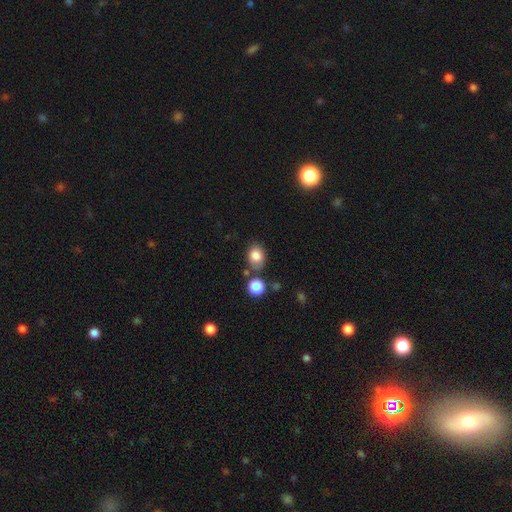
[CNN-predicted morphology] Smooth or featured?
  - smooth: 83% *
  - star or artifact: 9%
  - featured or disk: 8%
How rounded?
  - in between: 62% *
  - round: 37%
  - cigar-shaped: 1%
Merging?
  - none: 66% *
  - minor disturbance: 17%
  - merger: 12%
  - major disturbance: 5%